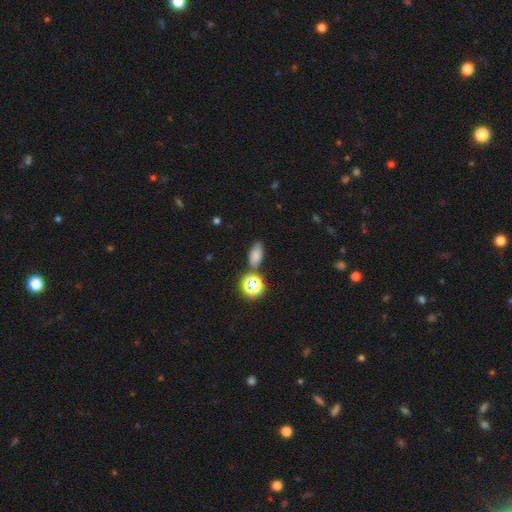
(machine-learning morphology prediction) type=smooth (71%); roundness=in between (85%); merging=none (72%).